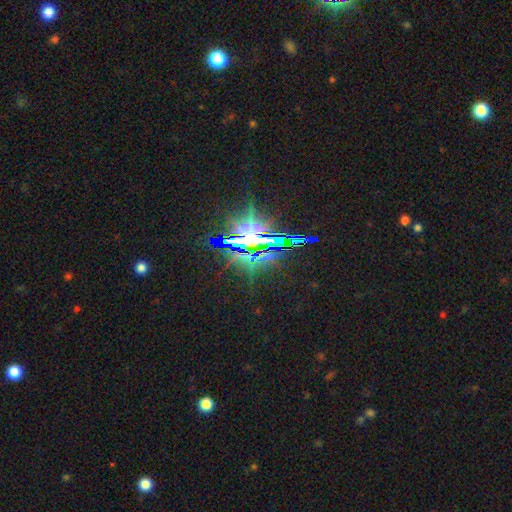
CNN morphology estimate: This is likely a star or artifact rather than a galaxy (79%).